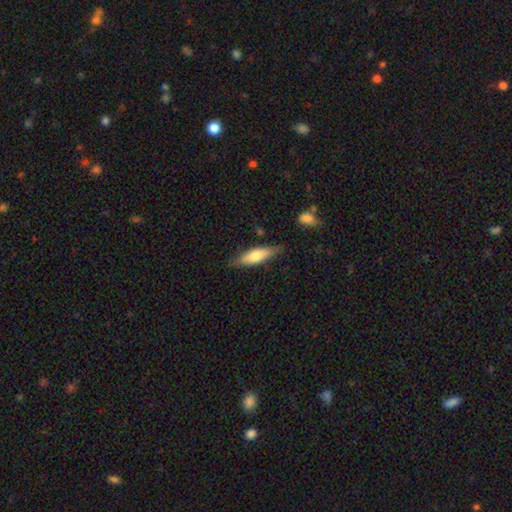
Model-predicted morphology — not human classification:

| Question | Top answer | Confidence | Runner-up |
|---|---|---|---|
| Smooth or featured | smooth | 68% | featured or disk (26%) |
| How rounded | cigar-shaped | 58% | in between (40%) |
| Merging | none | 78% | minor disturbance (17%) |